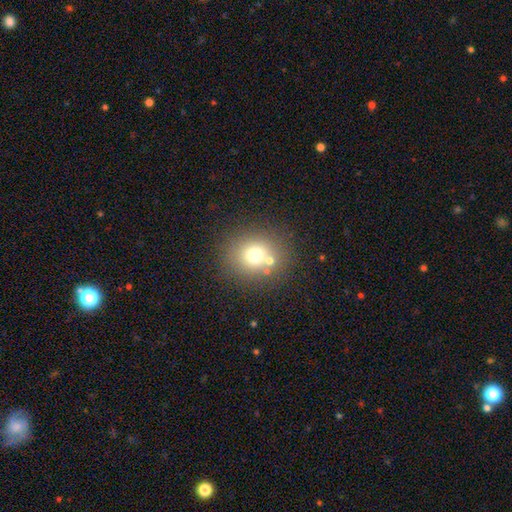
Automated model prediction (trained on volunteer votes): Smooth or featured? Predicted: smooth (p=0.70). How rounded? Predicted: round (p=0.81). Merging? Predicted: none (p=0.72).